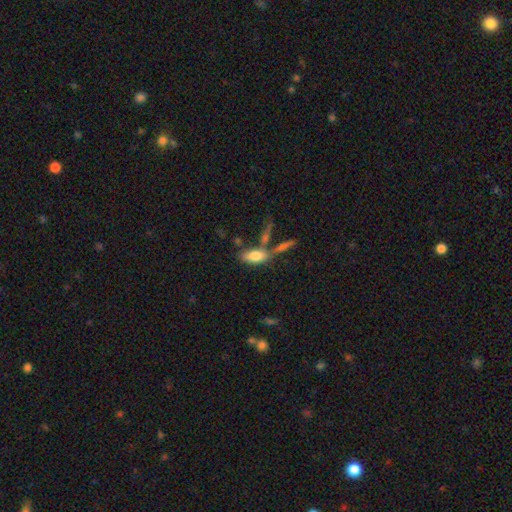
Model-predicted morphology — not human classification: A smooth galaxy with no disk features (72%) that is in between round and cigar-shaped (80%). Merging: none (50%).